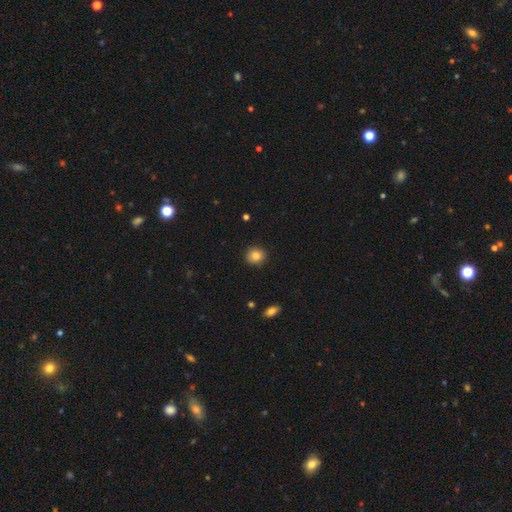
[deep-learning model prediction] Overall: smooth (84%). How rounded: round (86%). Merging: none (91%).